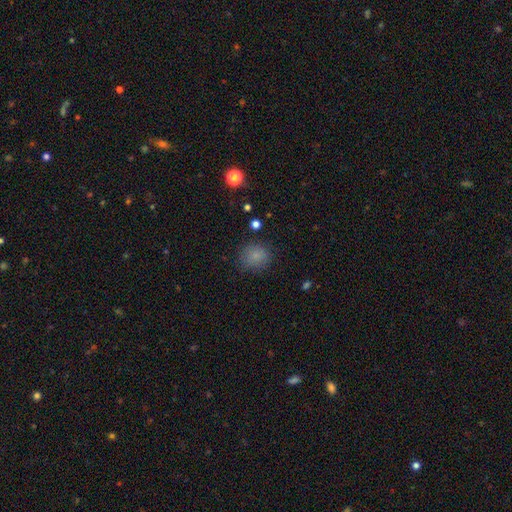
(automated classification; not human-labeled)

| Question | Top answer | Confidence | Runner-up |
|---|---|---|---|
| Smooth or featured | smooth | 81% | star or artifact (13%) |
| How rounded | round | 78% | in between (21%) |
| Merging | none | 82% | minor disturbance (13%) |